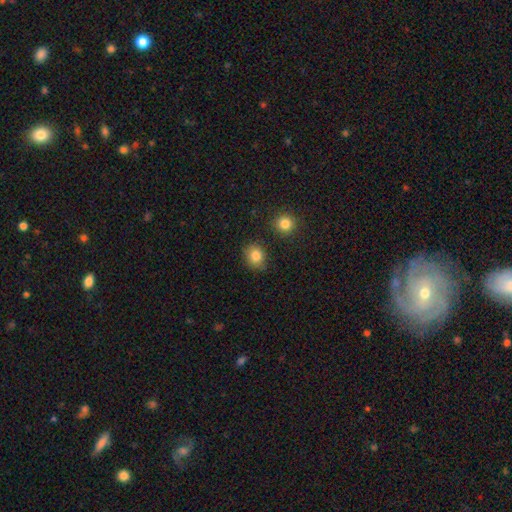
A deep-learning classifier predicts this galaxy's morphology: smooth-or-featured: smooth: 83% | star or artifact: 11% | featured or disk: 6%
  how-rounded: round: 71% | in between: 28% | cigar-shaped: 1%
  merging: none: 83% | minor disturbance: 11% | merger: 3% | major disturbance: 3%